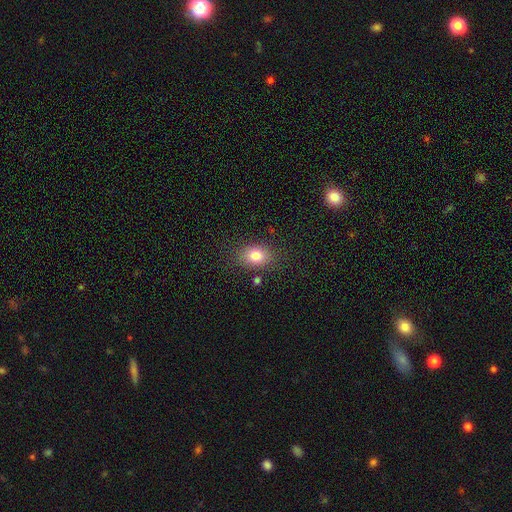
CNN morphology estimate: This appears to be a smooth galaxy with no disk features (80%) that is in between round and cigar-shaped (65%). Merging: none (80%).